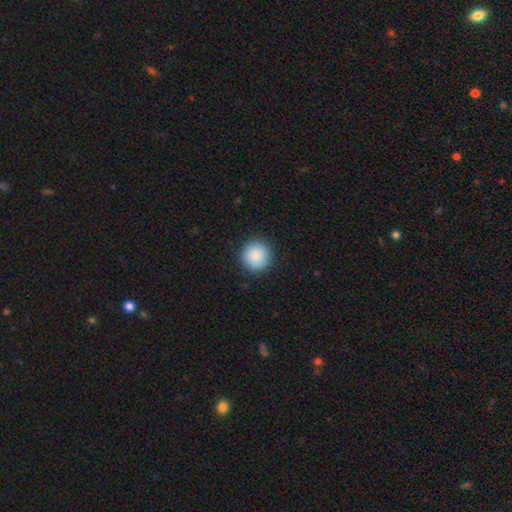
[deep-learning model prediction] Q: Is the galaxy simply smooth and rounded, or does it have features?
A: smooth — 87%.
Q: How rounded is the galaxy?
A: round — 95%.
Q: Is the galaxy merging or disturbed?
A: none — 91%.